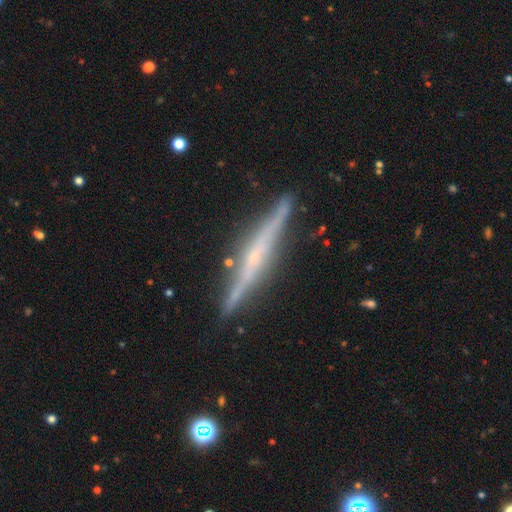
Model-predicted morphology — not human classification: A featured or disk galaxy (80%) viewed edge-on (98%) with a rounded central bulge (46%).

Vote fractions:
- Smooth or featured? featured or disk: 80% / smooth: 14% / star or artifact: 5%
- Edge-on disk? yes: 98% / no: 2%
- Edge-on bulge? rounded: 46% / none: 41% / boxy: 14%
- Merging? none: 88% / minor disturbance: 9% / major disturbance: 2% / merger: 2%